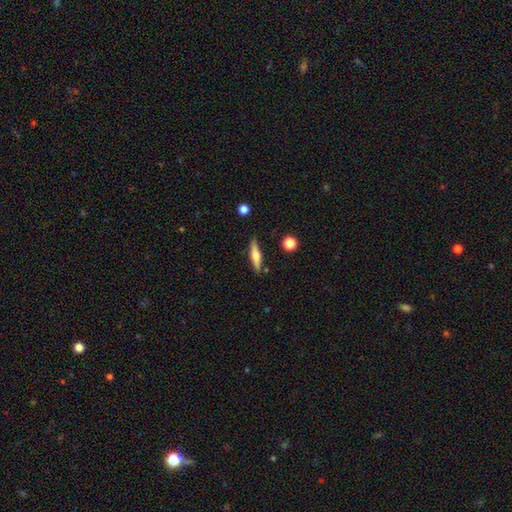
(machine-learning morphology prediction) The model was most divided on "smooth or featured": featured or disk: 49%, smooth: 45%, star or artifact: 6%. More confident: merging — none (86%).